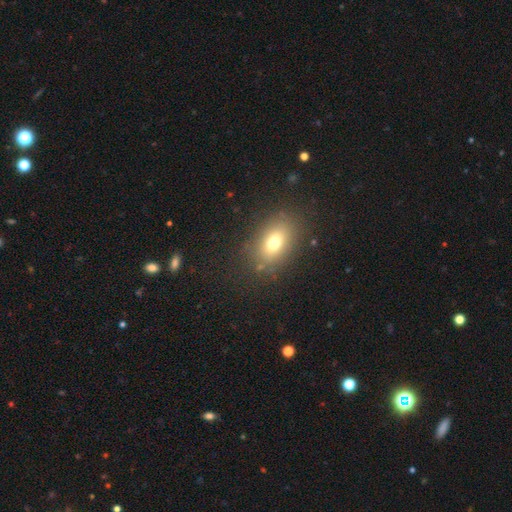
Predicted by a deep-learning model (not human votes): Q: Smooth or featured?
A: smooth (66%); runner-up: star or artifact (23%)
Q: How rounded?
A: in between (77%); runner-up: round (20%)
Q: Merging?
A: none (89%); runner-up: minor disturbance (7%)